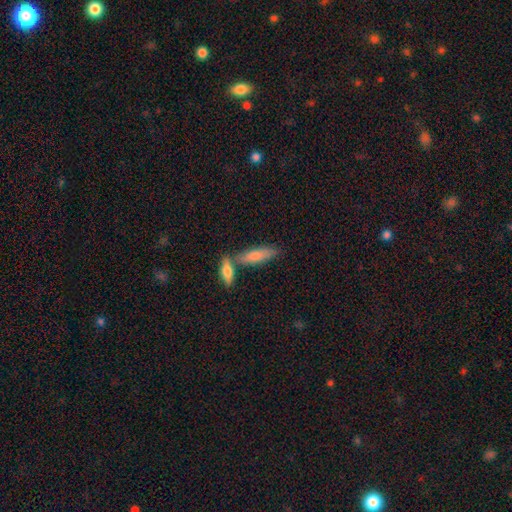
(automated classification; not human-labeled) Smooth or featured? smooth (78%)
How rounded? cigar-shaped (55%)
Merging? none (59%)